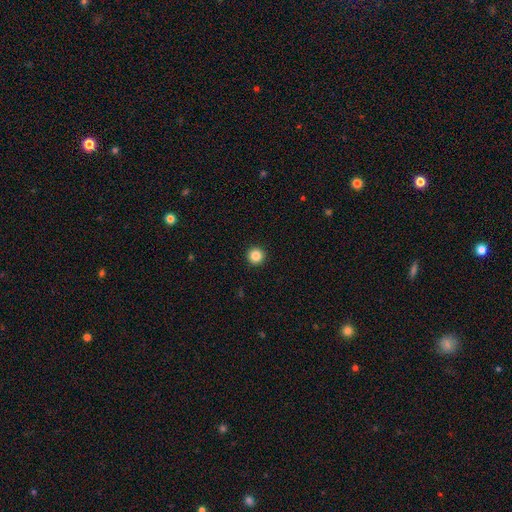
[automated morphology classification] A smooth galaxy with no disk features (85%) that is round (97%). Merging: none (94%).